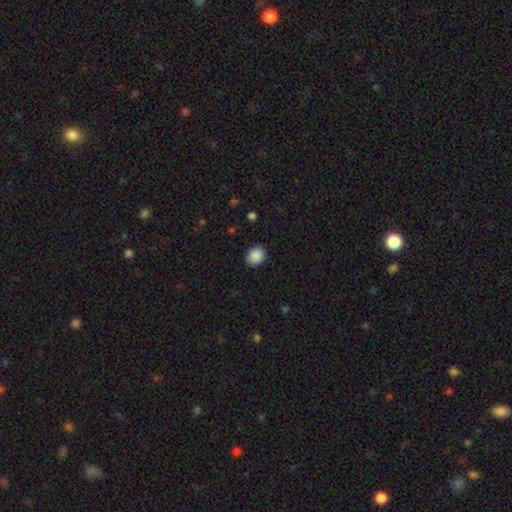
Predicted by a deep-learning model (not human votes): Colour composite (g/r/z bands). It shows a smooth galaxy with no disk features (89%) that is round (62%). Merging: none (90%).